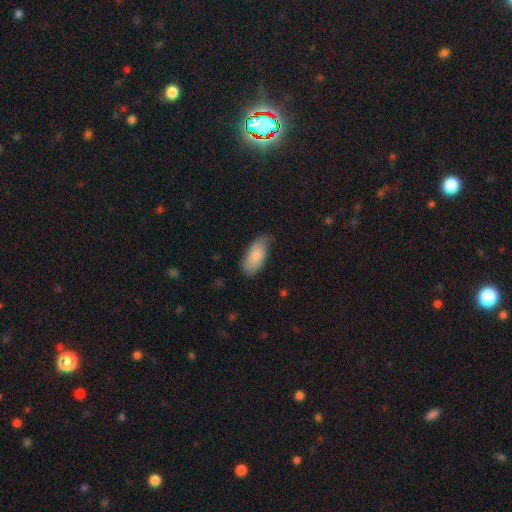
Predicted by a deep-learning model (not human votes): Morphology: type=smooth (83%); roundness=in between (91%); merging=none (63%).